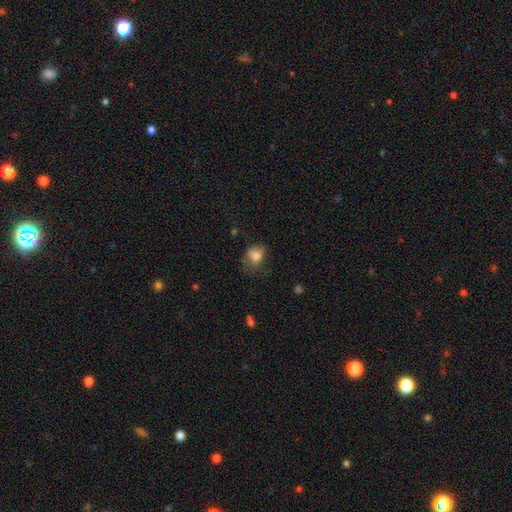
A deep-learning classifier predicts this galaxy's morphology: A smooth galaxy with no disk features (77%) that is in between round and cigar-shaped (63%).

Vote fractions:
- Smooth or featured? smooth: 77% / featured or disk: 13% / star or artifact: 10%
- How rounded? in between: 63% / round: 36% / cigar-shaped: 1%
- Merging? none: 41% / minor disturbance: 33% / major disturbance: 23% / merger: 3%